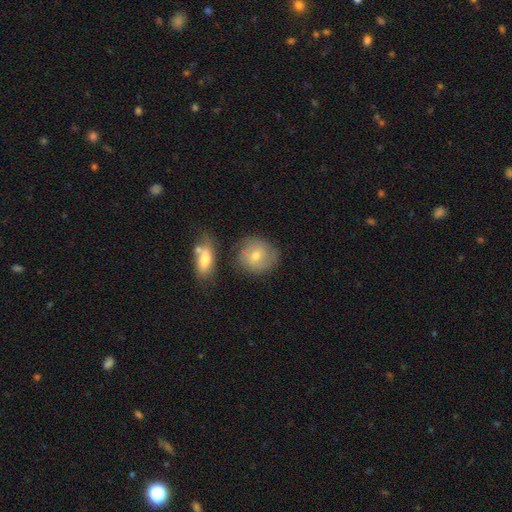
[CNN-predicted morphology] A smooth galaxy with no disk features (57%) that is round (79%).

Vote fractions:
- Smooth or featured? smooth: 57% / featured or disk: 34% / star or artifact: 9%
- How rounded? round: 79% / in between: 20% / cigar-shaped: 2%
- Merging? none: 69% / minor disturbance: 17% / merger: 9% / major disturbance: 5%